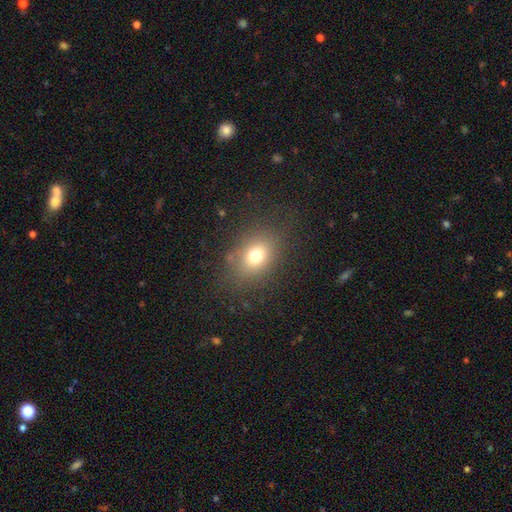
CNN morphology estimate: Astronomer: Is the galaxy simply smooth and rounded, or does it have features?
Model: smooth — 73%.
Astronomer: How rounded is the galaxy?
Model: in between — 61% (runner-up: round, 37%).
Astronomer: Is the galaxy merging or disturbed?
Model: none — 78%.